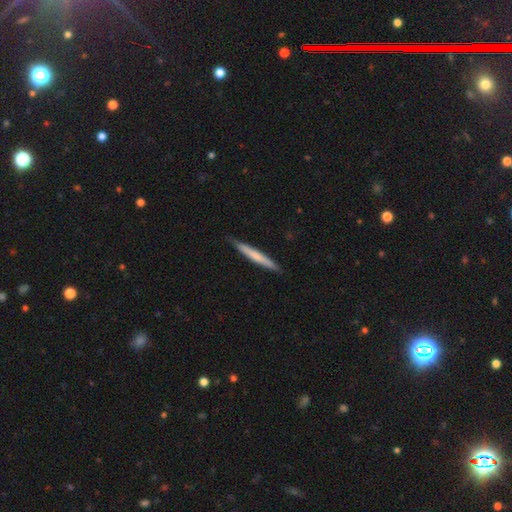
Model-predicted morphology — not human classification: A smooth galaxy with no disk features (62%) that is cigar-shaped (96%).

Vote fractions:
- Smooth or featured? smooth: 62% / featured or disk: 33% / star or artifact: 5%
- How rounded? cigar-shaped: 96% / in between: 3% / round: 1%
- Merging? none: 88% / minor disturbance: 10% / major disturbance: 1% / merger: 1%